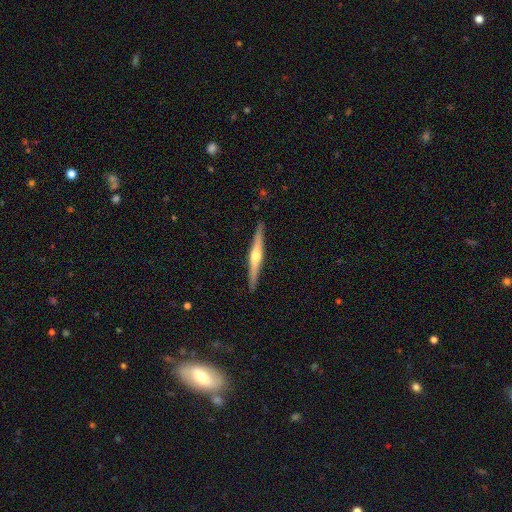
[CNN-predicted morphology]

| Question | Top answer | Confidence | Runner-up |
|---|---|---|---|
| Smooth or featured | featured or disk | 73% | smooth (22%) |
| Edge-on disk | yes | 98% | no (2%) |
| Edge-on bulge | rounded | 90% | none (5%) |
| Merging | none | 91% | minor disturbance (7%) |